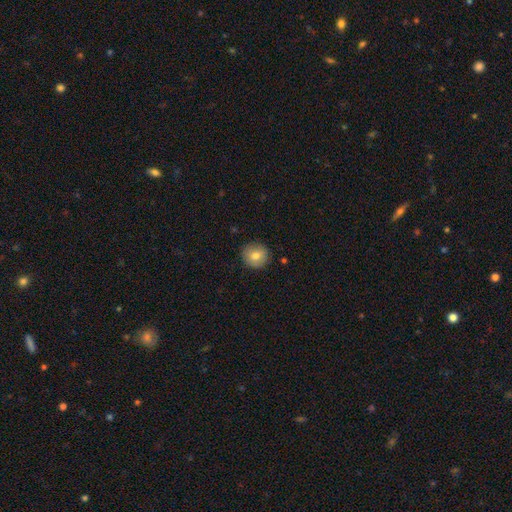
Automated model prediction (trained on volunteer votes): smooth 75%, featured or disk 17%, star or artifact 9%. Down the decision tree: how rounded — round (91%); merging — none (88%).